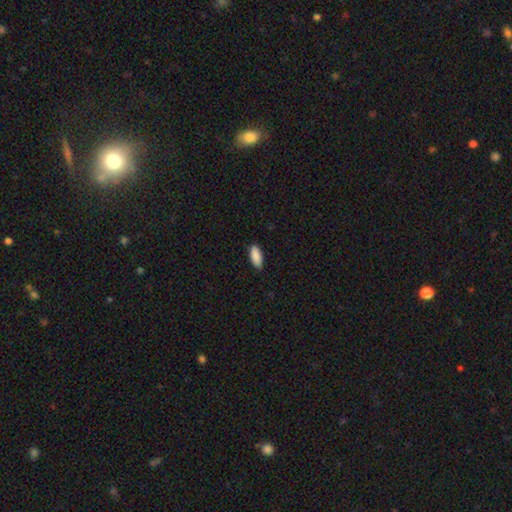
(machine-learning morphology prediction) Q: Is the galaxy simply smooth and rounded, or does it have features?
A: smooth — 90%.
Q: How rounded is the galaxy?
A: in between — 84%.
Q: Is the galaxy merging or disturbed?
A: none — 86%.